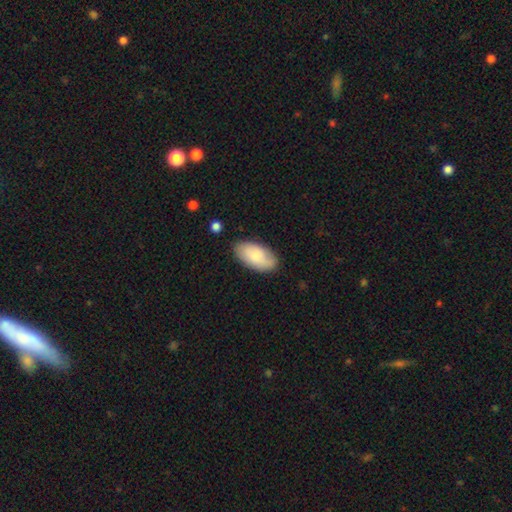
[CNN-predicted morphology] smooth-or-featured: smooth: 75% | featured or disk: 19% | star or artifact: 6%
  how-rounded: in between: 95% | cigar-shaped: 3% | round: 3%
  merging: none: 79% | minor disturbance: 16% | major disturbance: 3% | merger: 2%